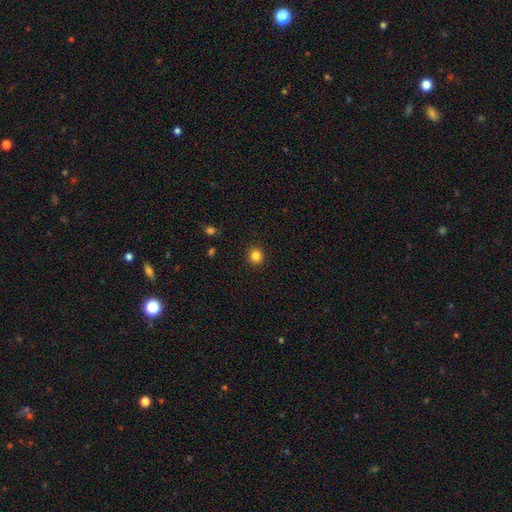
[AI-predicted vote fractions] Q: Smooth or featured?
A: smooth (83%); runner-up: star or artifact (12%)
Q: How rounded?
A: round (90%); runner-up: in between (9%)
Q: Merging?
A: none (91%); runner-up: minor disturbance (6%)